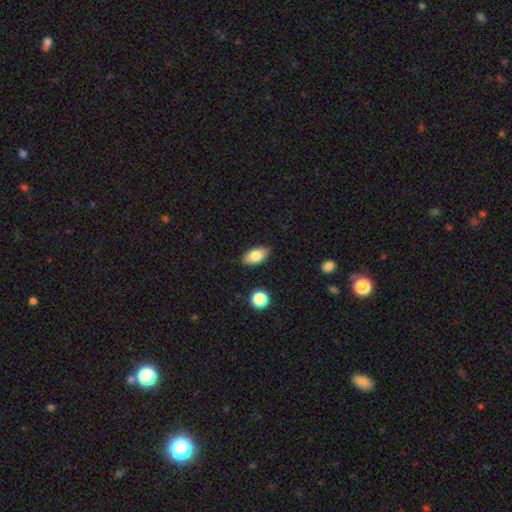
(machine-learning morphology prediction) Smooth or featured?
  - smooth: 81% *
  - featured or disk: 11%
  - star or artifact: 8%
How rounded?
  - in between: 92% *
  - round: 4%
  - cigar-shaped: 4%
Merging?
  - none: 87% *
  - minor disturbance: 9%
  - major disturbance: 2%
  - merger: 2%